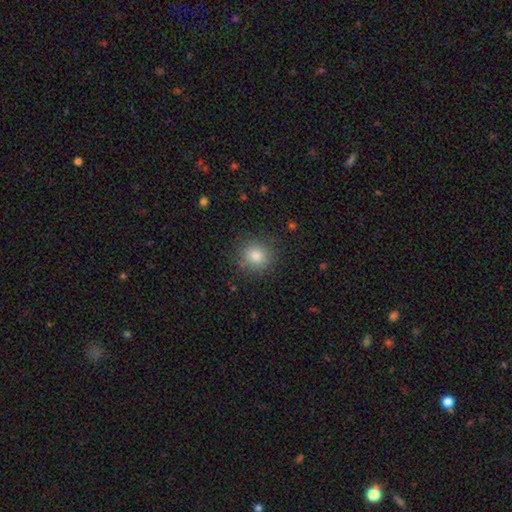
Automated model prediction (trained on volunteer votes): smooth 82%, star or artifact 11%, featured or disk 6%. Down the decision tree: how rounded — round (89%); merging — none (87%).